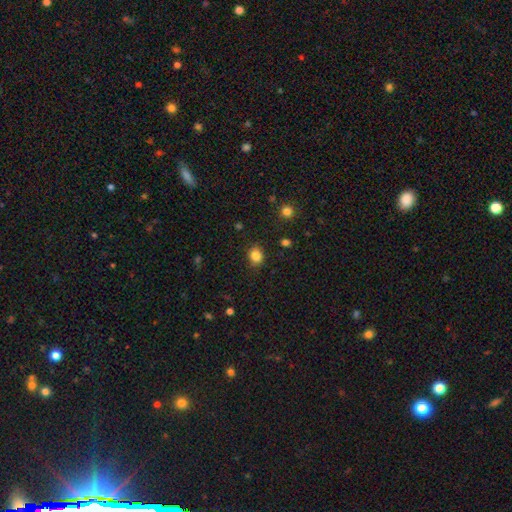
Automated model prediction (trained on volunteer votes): A smooth galaxy with no disk features (84%) that is round (62%).

Vote fractions:
- Smooth or featured? smooth: 84% / star or artifact: 11% / featured or disk: 5%
- How rounded? round: 62% / in between: 37% / cigar-shaped: 1%
- Merging? none: 86% / minor disturbance: 10% / major disturbance: 3% / merger: 1%